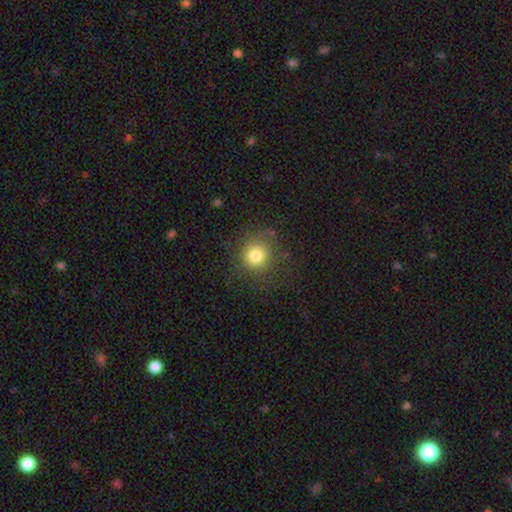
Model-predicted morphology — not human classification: Smooth or featured: smooth — 79% (star or artifact — 13%)
How rounded: round — 92% (in between — 7%)
Merging: none — 81% (minor disturbance — 11%)